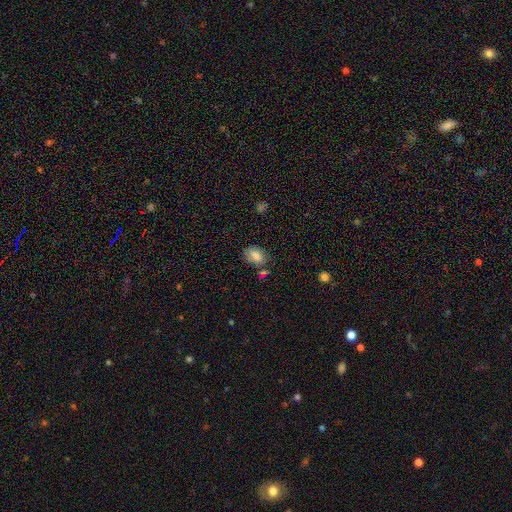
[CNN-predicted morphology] The model was most divided on "merging": none: 65%, minor disturbance: 19%, merger: 10%, major disturbance: 5%. More confident: how rounded — in between (83%); smooth or featured — smooth (80%).